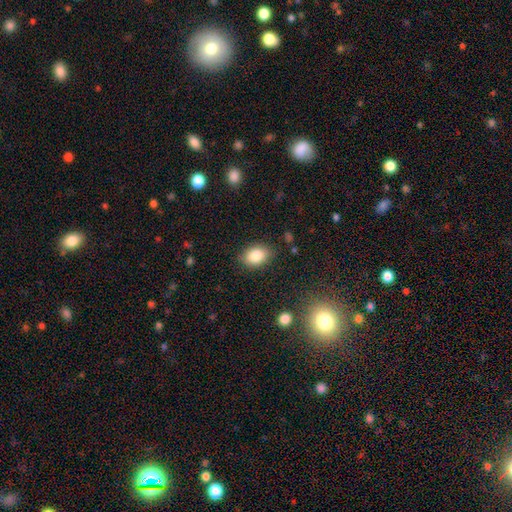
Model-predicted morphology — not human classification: smooth-or-featured: smooth: 85% | star or artifact: 8% | featured or disk: 7%
  how-rounded: in between: 79% | round: 20% | cigar-shaped: 1%
  merging: none: 84% | minor disturbance: 11% | major disturbance: 3% | merger: 1%